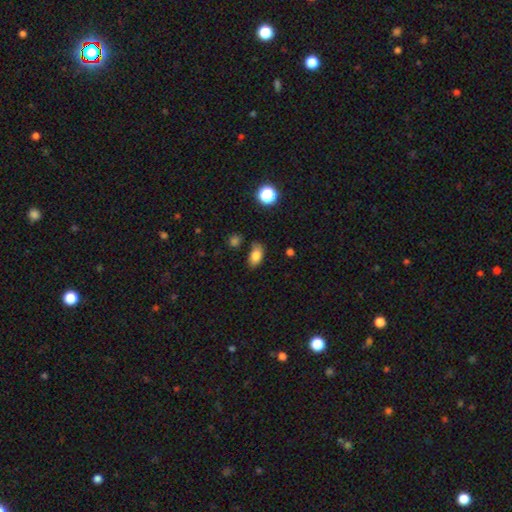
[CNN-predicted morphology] Smooth or featured: smooth — 81% (star or artifact — 10%)
How rounded: in between — 88% (round — 10%)
Merging: none — 62% (minor disturbance — 27%)